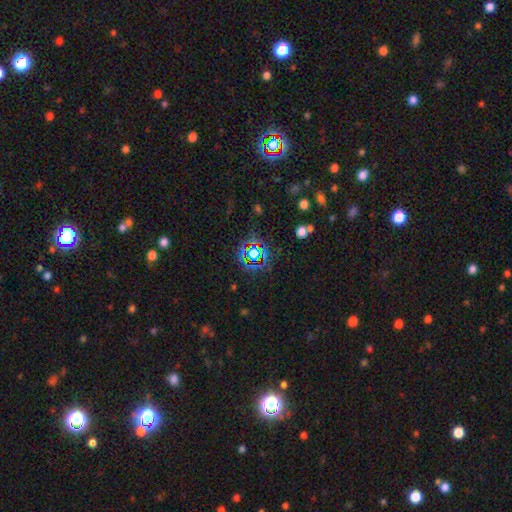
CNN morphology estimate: Smooth or featured? Predicted: star or artifact (p=0.72).